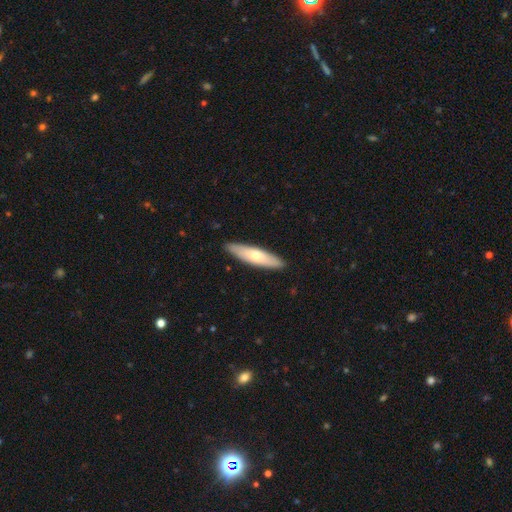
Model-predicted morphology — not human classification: The model was most divided on "smooth or featured": smooth: 58%, featured or disk: 37%, star or artifact: 5%. More confident: merging — none (88%); how rounded — cigar-shaped (71%).